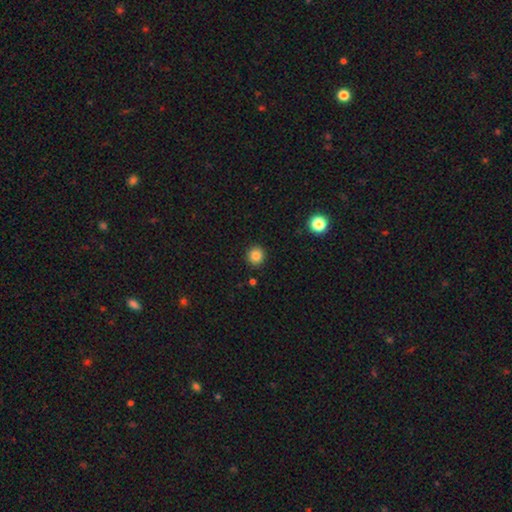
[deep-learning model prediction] smooth 85%, star or artifact 11%, featured or disk 4%. Down the decision tree: how rounded — round (91%); merging — none (91%).